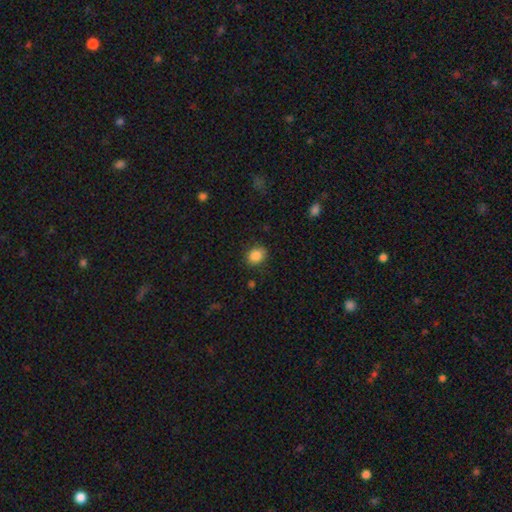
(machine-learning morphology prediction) Smooth or featured? Predicted: smooth (p=0.87). How rounded? Predicted: round (p=0.53). Merging? Predicted: none (p=0.84).